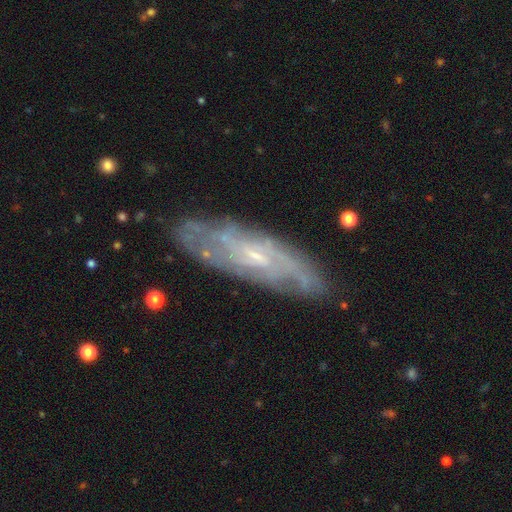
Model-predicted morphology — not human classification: Smooth or featured? featured or disk (77%)
Edge-on disk? no (78%)
Bar? no (57%)
Spiral arms? yes (85%)
Spiral winding? tight (58%)
Spiral arm count? can't tell (59%)
Bulge size? small (70%)
Merging? none (78%)